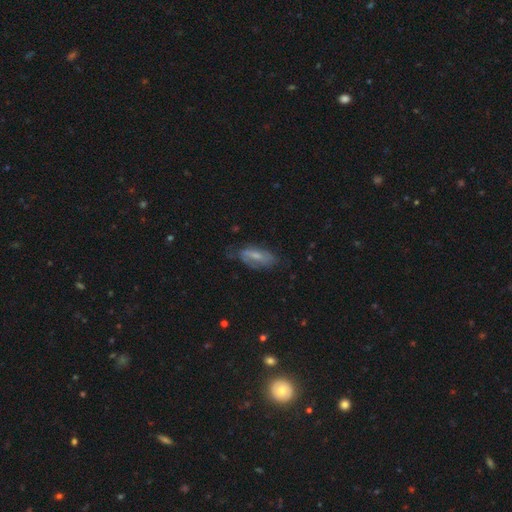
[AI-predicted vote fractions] Morphology: type=featured or disk (47%); merging=none (57%).